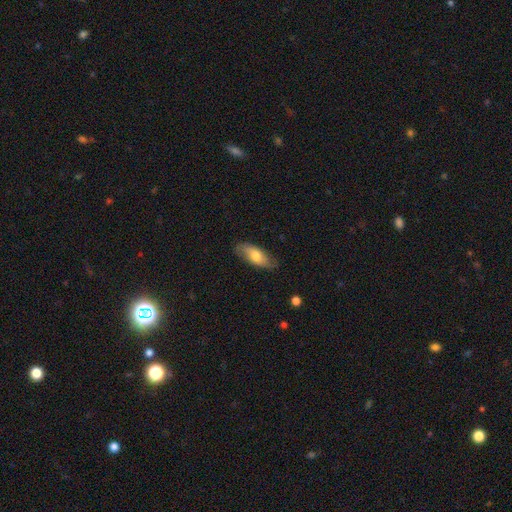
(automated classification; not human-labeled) This appears to be a smooth galaxy with no disk features (62%) that is in between round and cigar-shaped (79%). Merging: none (78%).